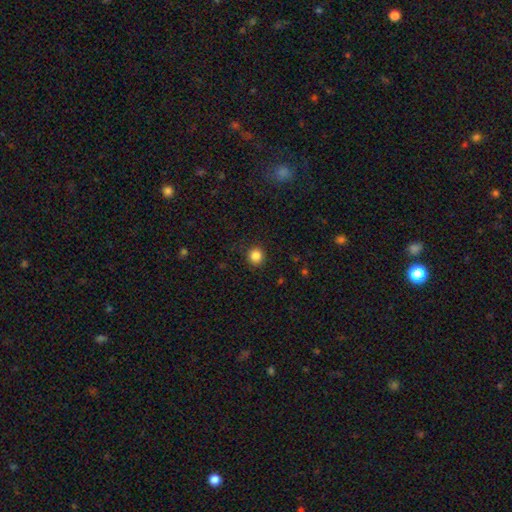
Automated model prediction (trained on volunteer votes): This is clearly a smooth galaxy (86%). How rounded: clearly round (93%). Merging: clearly none (91%).